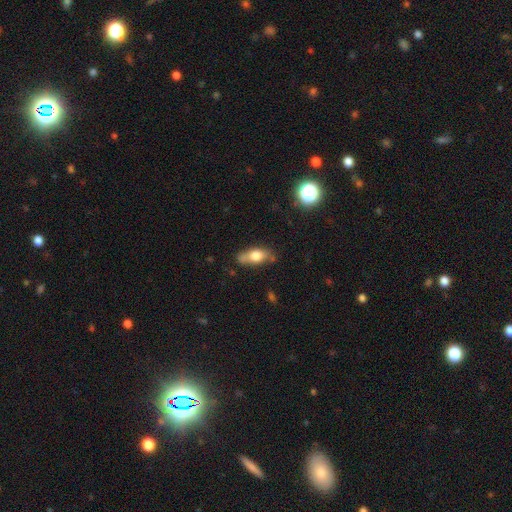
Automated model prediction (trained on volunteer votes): Smooth or featured?
  - smooth: 64% *
  - featured or disk: 28%
  - star or artifact: 8%
How rounded?
  - in between: 73% *
  - cigar-shaped: 21%
  - round: 6%
Merging?
  - none: 67% *
  - minor disturbance: 23%
  - major disturbance: 6%
  - merger: 5%